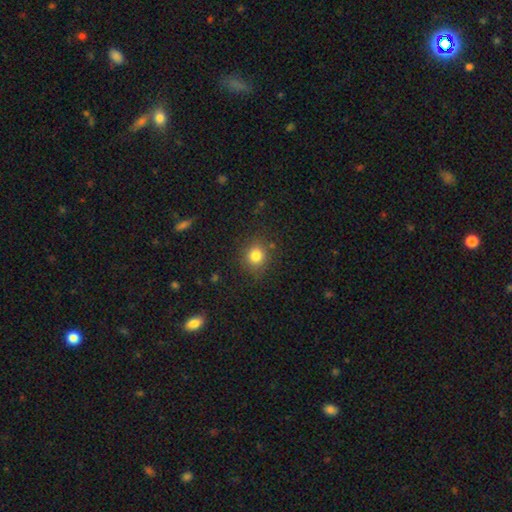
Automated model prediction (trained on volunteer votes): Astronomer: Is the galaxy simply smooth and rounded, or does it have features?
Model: smooth — 81%.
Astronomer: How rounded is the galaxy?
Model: round — 82%.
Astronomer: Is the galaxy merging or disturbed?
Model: none — 84%.